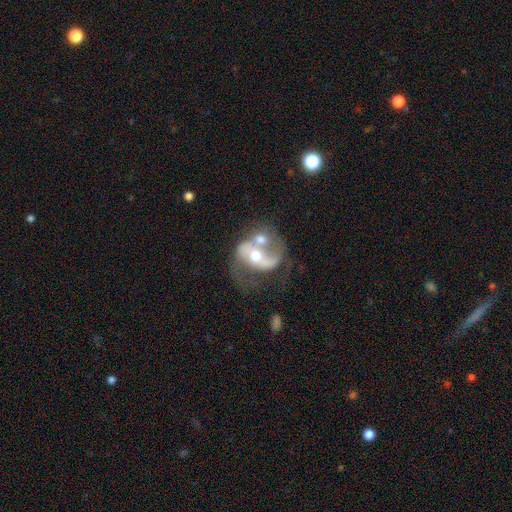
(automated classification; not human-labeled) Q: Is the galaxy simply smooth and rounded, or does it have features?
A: featured or disk — 75%.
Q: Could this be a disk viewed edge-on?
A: no — 97%.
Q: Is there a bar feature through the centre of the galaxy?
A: no — 52%.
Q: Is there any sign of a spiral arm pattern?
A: yes — 79%.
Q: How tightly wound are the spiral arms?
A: loose — 49%.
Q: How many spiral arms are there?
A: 2 — 74%.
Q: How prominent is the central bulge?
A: moderate — 69%.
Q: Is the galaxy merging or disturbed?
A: merger — 45%.